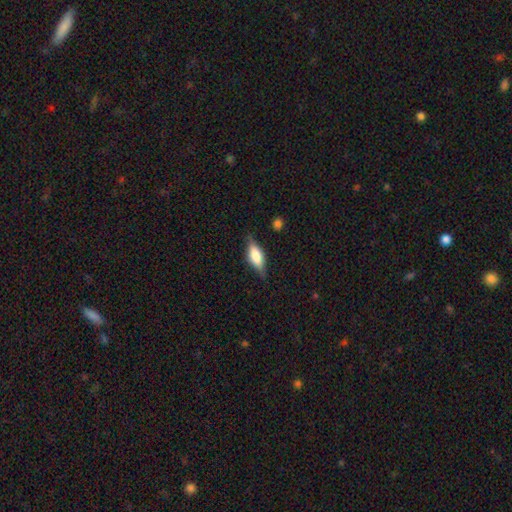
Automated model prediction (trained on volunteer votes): Smooth or featured: smooth — 57% (featured or disk — 36%)
How rounded: in between — 69% (cigar-shaped — 28%)
Merging: none — 76% (minor disturbance — 17%)